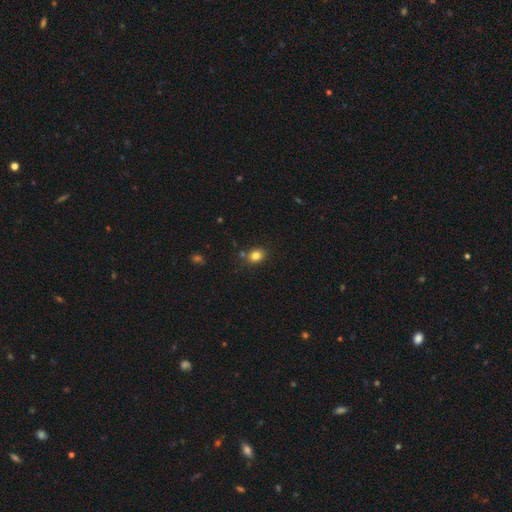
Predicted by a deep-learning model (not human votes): A smooth galaxy with no disk features (82%) that is round (51%).

Vote fractions:
- Smooth or featured? smooth: 82% / star or artifact: 12% / featured or disk: 6%
- How rounded? round: 51% / in between: 48% / cigar-shaped: 1%
- Merging? none: 77% / minor disturbance: 13% / merger: 7% / major disturbance: 3%